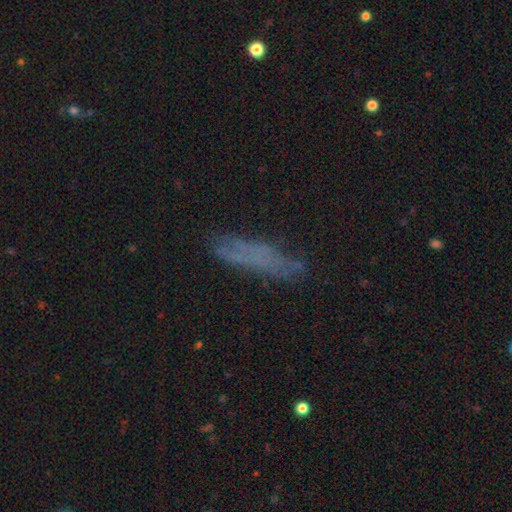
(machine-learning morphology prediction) This appears to be a smooth galaxy with no disk features (55%) that is cigar-shaped (74%). Merging: none (71%).